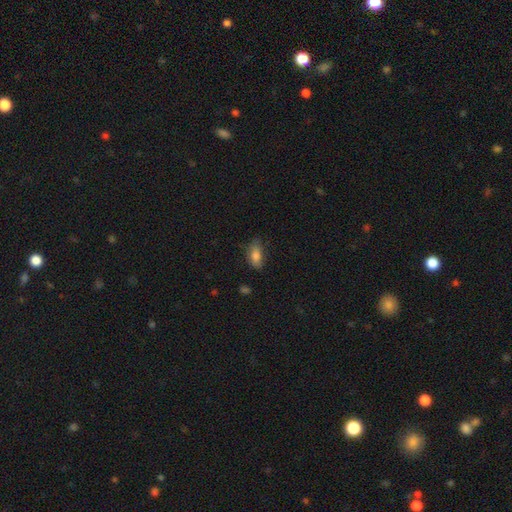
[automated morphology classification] A smooth galaxy with no disk features (81%) that is in between round and cigar-shaped (86%).

Vote fractions:
- Smooth or featured? smooth: 81% / featured or disk: 10% / star or artifact: 8%
- How rounded? in between: 86% / cigar-shaped: 9% / round: 5%
- Merging? none: 66% / minor disturbance: 26% / major disturbance: 6% / merger: 2%